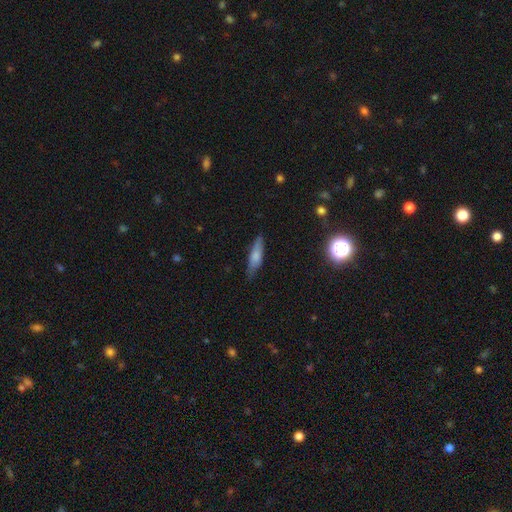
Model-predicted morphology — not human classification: The model was most divided on "how rounded": cigar-shaped: 59%, in between: 38%, round: 2%. More confident: merging — none (77%); smooth or featured — smooth (70%).